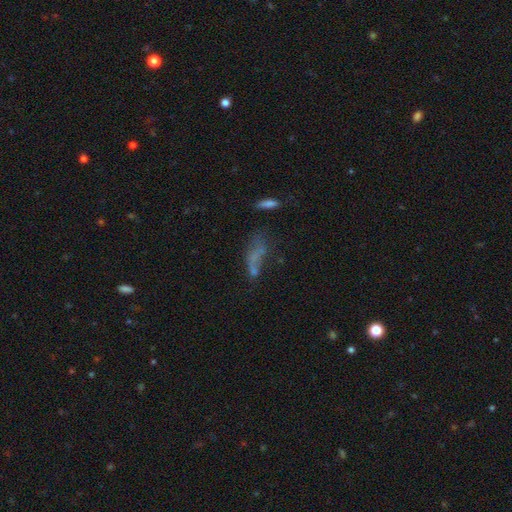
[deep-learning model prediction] Q: Smooth or featured?
A: smooth (46%); runner-up: featured or disk (33%)
Q: Merging?
A: none (32%); runner-up: major disturbance (28%)